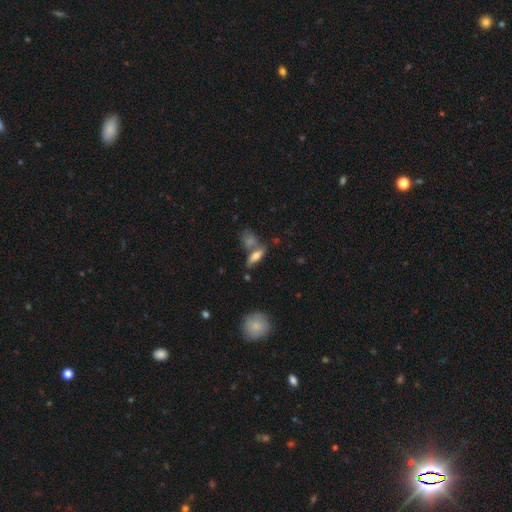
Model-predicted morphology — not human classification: A smooth galaxy with no disk features (61%) that is in between round and cigar-shaped (61%).

Vote fractions:
- Smooth or featured? smooth: 61% / featured or disk: 30% / star or artifact: 9%
- How rounded? in between: 61% / cigar-shaped: 35% / round: 4%
- Merging? none: 54% / merger: 27% / minor disturbance: 14% / major disturbance: 6%